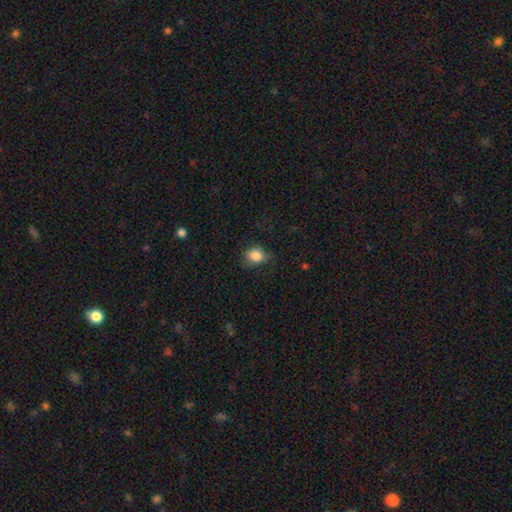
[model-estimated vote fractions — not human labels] smooth 86%, star or artifact 9%, featured or disk 5%. Down the decision tree: how rounded — round (65%); merging — none (70%).